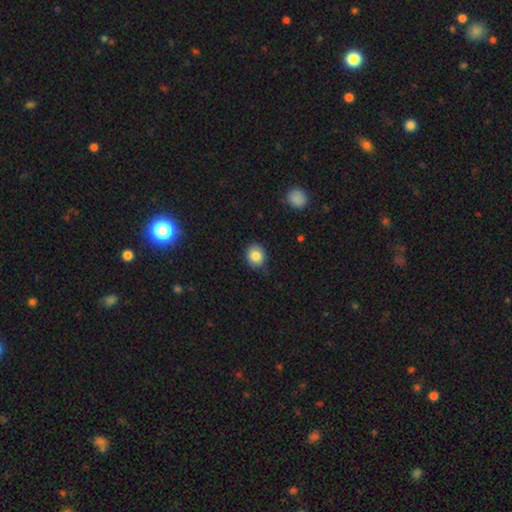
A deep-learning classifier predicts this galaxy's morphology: This is clearly a smooth galaxy (83%). How rounded: likely round (72%). Merging: likely none (79%).